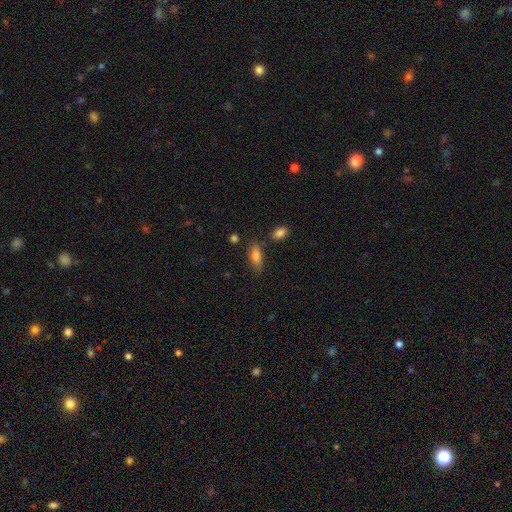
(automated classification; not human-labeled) smooth 77%, featured or disk 15%, star or artifact 8%. Down the decision tree: how rounded — in between (70%); merging — none (72%).